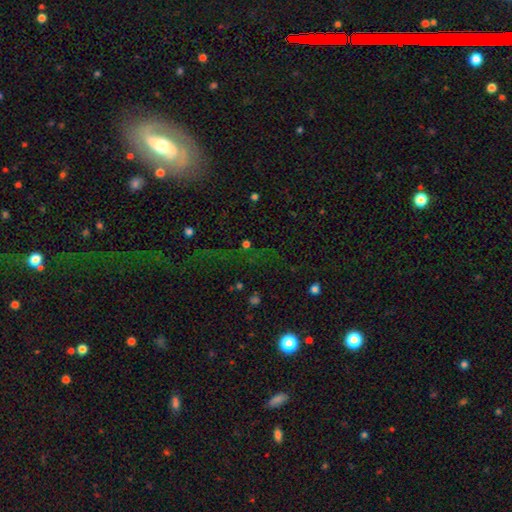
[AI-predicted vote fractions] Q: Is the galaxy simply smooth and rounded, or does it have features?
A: featured or disk — 38%.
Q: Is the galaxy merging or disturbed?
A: none — 63%.